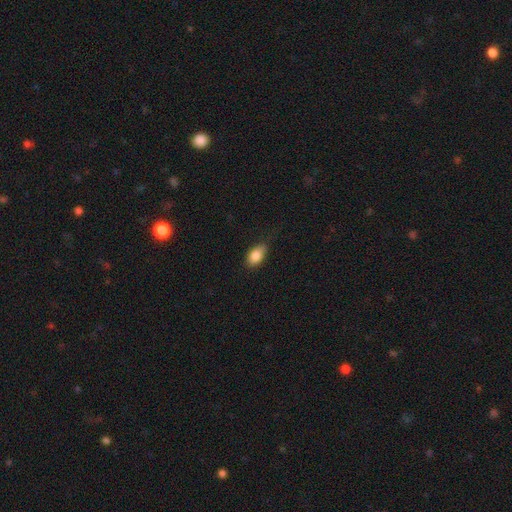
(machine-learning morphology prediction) A smooth galaxy with no disk features (85%) that is in between round and cigar-shaped (88%).

Vote fractions:
- Smooth or featured? smooth: 85% / star or artifact: 7% / featured or disk: 7%
- How rounded? in between: 88% / round: 9% / cigar-shaped: 3%
- Merging? none: 72% / minor disturbance: 23% / major disturbance: 4% / merger: 1%